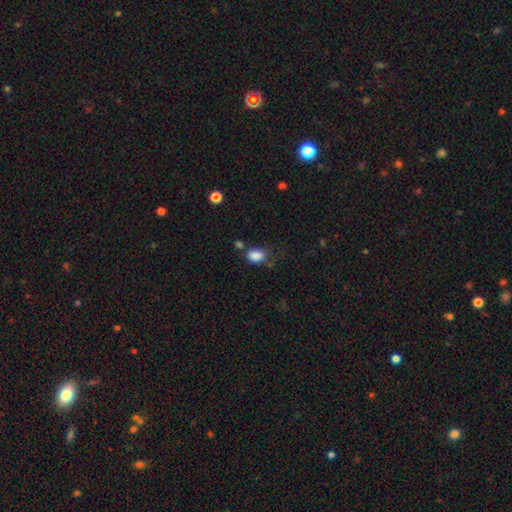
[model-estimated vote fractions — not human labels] smooth 86%, star or artifact 9%, featured or disk 5%. Down the decision tree: how rounded — in between (80%); merging — none (58%).